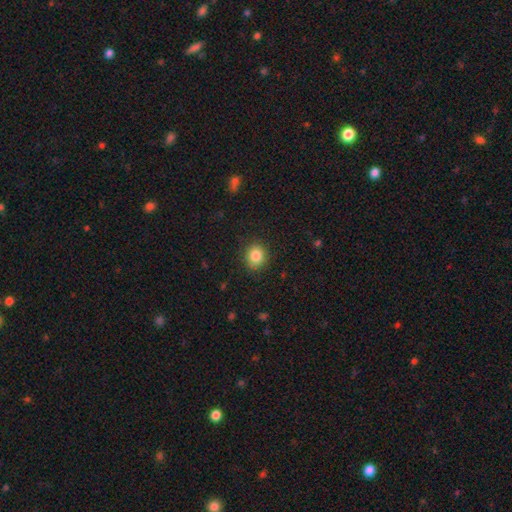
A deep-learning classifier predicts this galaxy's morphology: A smooth galaxy with no disk features (84%) that is round (80%).

Vote fractions:
- Smooth or featured? smooth: 84% / star or artifact: 10% / featured or disk: 6%
- How rounded? round: 80% / in between: 19% / cigar-shaped: 1%
- Merging? none: 89% / minor disturbance: 8% / major disturbance: 2% / merger: 1%